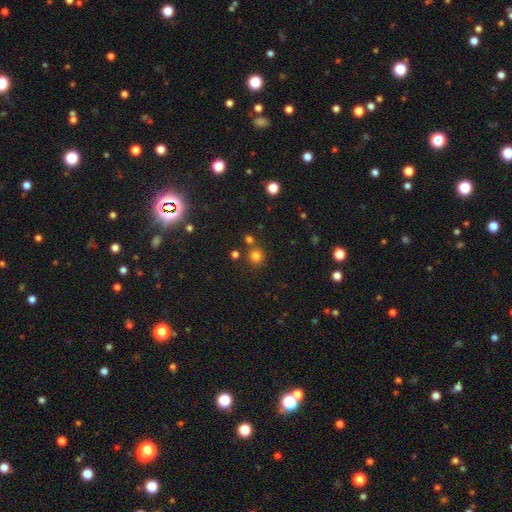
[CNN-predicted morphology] Smooth or featured?
  - smooth: 77% *
  - star or artifact: 17%
  - featured or disk: 5%
How rounded?
  - round: 92% *
  - in between: 7%
  - cigar-shaped: 1%
Merging?
  - none: 76% *
  - merger: 13%
  - minor disturbance: 8%
  - major disturbance: 3%